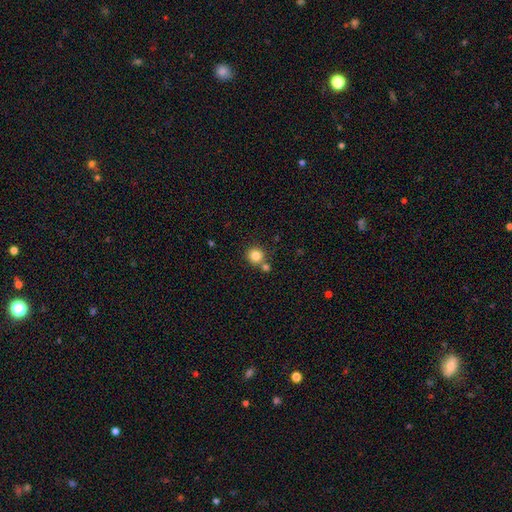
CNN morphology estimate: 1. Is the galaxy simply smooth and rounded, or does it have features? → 83% smooth, 11% star or artifact, 6% featured or disk.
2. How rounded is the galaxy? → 93% round, 6% in between, 1% cigar-shaped.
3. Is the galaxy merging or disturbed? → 71% none, 19% merger, 8% minor disturbance, 3% major disturbance.